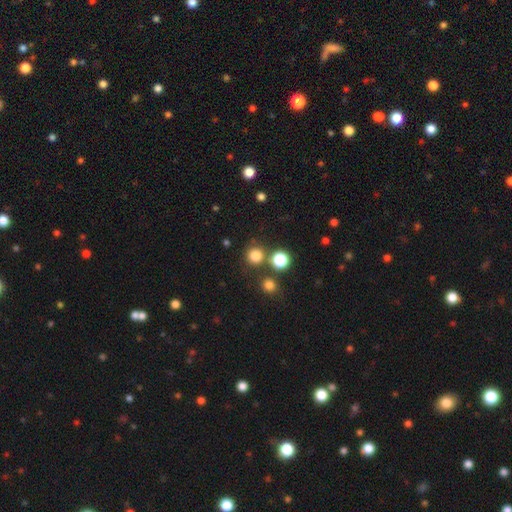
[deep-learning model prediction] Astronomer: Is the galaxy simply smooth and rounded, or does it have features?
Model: smooth — 79%.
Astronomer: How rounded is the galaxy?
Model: round — 93%.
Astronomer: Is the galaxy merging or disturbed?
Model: none — 77%.